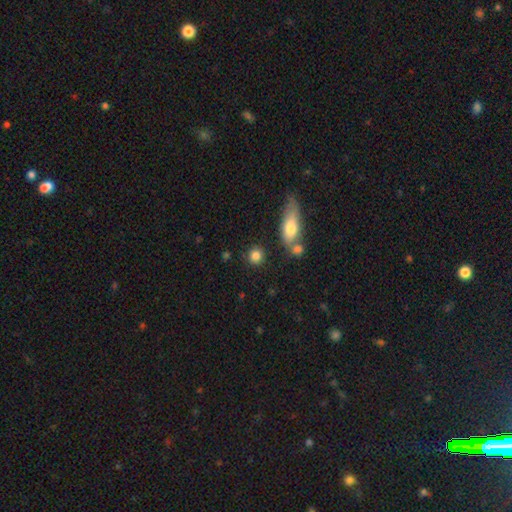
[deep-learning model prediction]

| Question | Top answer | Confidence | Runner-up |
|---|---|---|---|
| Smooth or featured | smooth | 83% | star or artifact (9%) |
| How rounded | round | 82% | in between (15%) |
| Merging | none | 80% | minor disturbance (8%) |